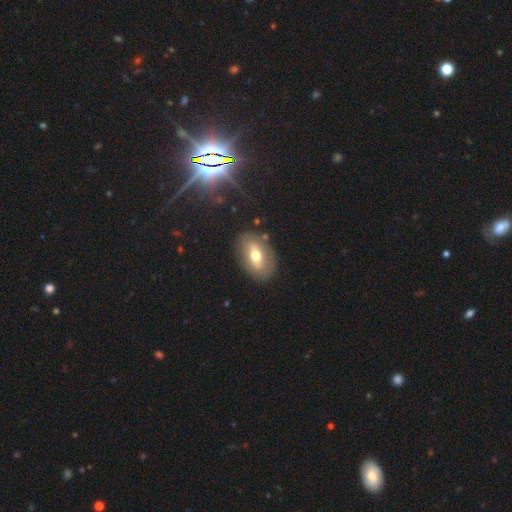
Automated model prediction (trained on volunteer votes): Morphology: type=smooth (53%); roundness=in between (86%); merging=none (81%).